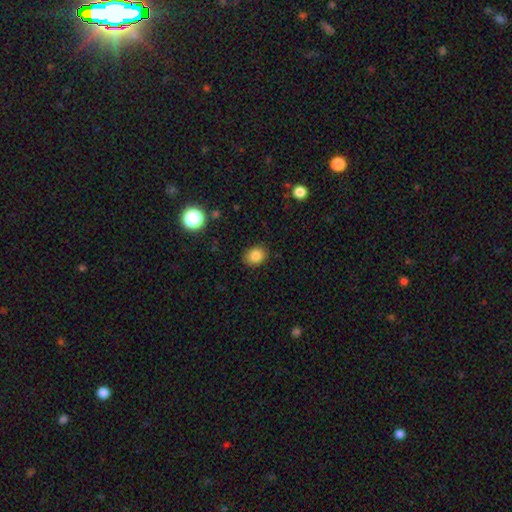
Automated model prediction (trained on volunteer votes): Smooth or featured? smooth (83%)
How rounded? round (56%)
Merging? none (88%)